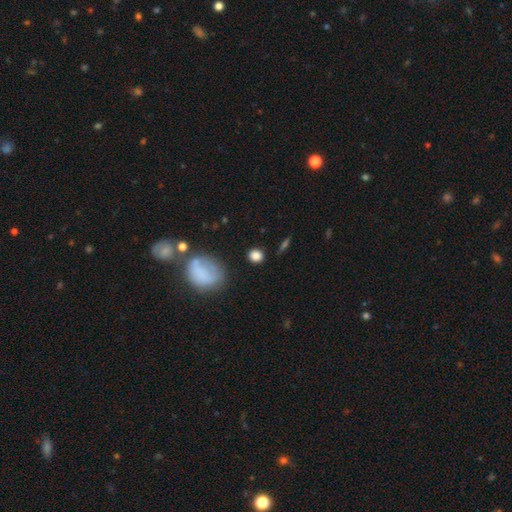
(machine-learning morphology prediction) Smooth or featured? Predicted: smooth (p=0.84). How rounded? Predicted: round (p=0.68). Merging? Predicted: none (p=0.81).